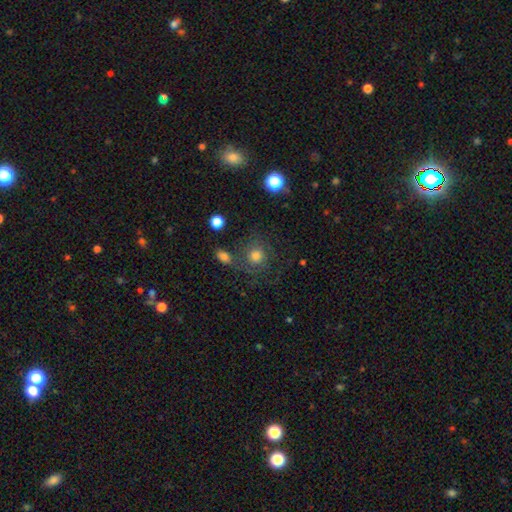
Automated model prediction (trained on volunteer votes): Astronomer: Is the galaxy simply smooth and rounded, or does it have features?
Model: smooth — 57%.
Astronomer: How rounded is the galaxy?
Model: round — 86%.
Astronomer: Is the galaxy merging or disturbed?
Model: none — 63%.